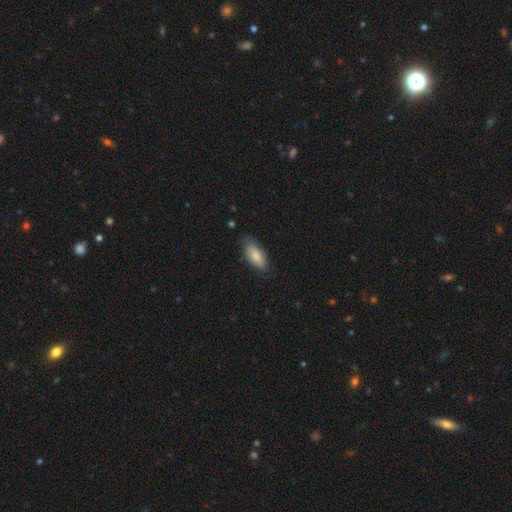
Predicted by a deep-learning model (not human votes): smooth 81%, featured or disk 13%, star or artifact 6%. Down the decision tree: how rounded — in between (86%); merging — none (74%).